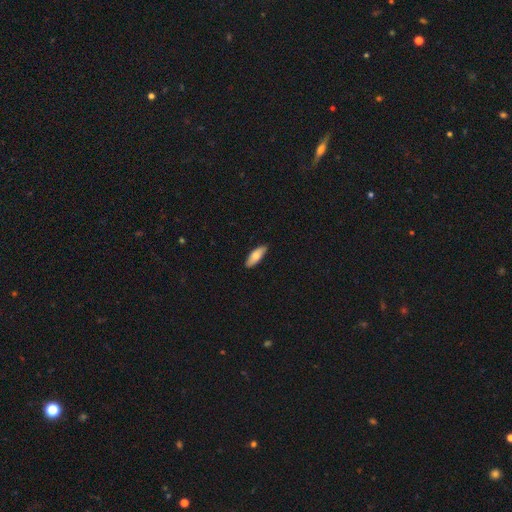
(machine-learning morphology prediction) Smooth or featured? Predicted: smooth (p=0.76). How rounded? Predicted: in between (p=0.65). Merging? Predicted: none (p=0.87).